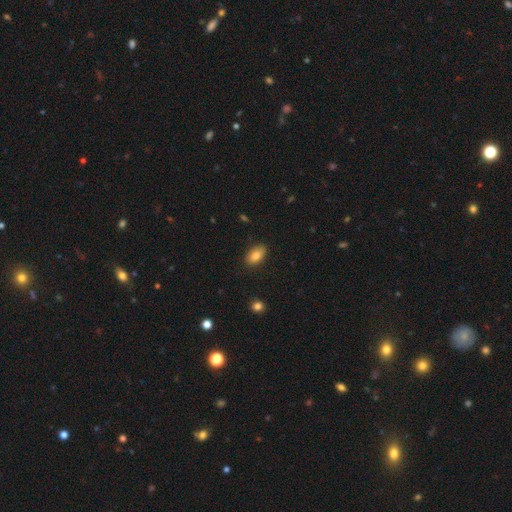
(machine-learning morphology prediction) Smooth or featured? Predicted: smooth (p=0.84). How rounded? Predicted: in between (p=0.91). Merging? Predicted: none (p=0.85).